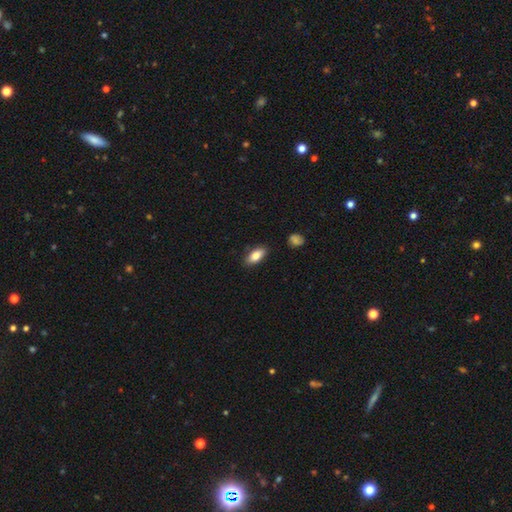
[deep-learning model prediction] A smooth galaxy with no disk features (83%) that is in between round and cigar-shaped (88%).

Vote fractions:
- Smooth or featured? smooth: 83% / featured or disk: 10% / star or artifact: 7%
- How rounded? in between: 88% / cigar-shaped: 9% / round: 3%
- Merging? none: 86% / minor disturbance: 11% / major disturbance: 2% / merger: 2%